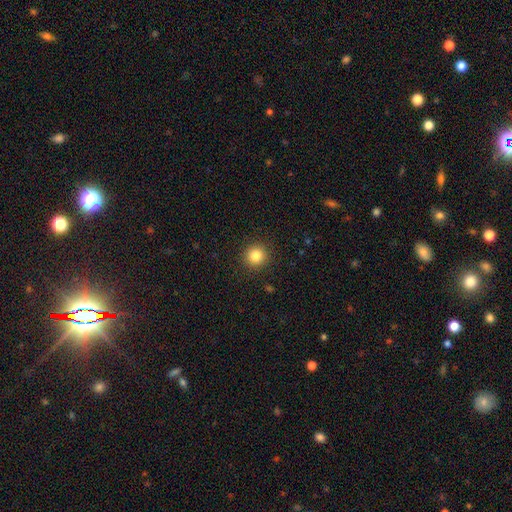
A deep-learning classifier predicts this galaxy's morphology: smooth-or-featured: smooth: 83% | star or artifact: 12% | featured or disk: 6%
  how-rounded: round: 93% | in between: 6% | cigar-shaped: 1%
  merging: none: 92% | minor disturbance: 5% | major disturbance: 2% | merger: 1%